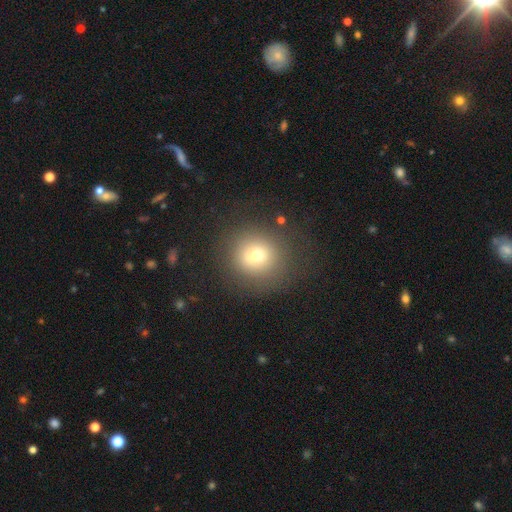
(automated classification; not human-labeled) Smooth or featured? smooth (71%)
How rounded? round (91%)
Merging? none (81%)